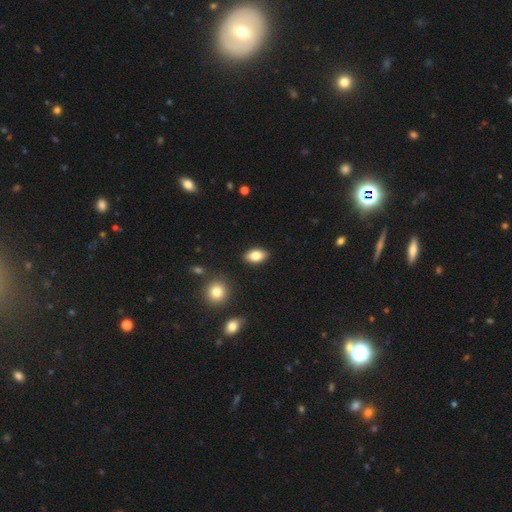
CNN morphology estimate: smooth-or-featured: smooth: 82% | featured or disk: 10% | star or artifact: 8%
  how-rounded: in between: 90% | round: 7% | cigar-shaped: 3%
  merging: none: 89% | minor disturbance: 8% | major disturbance: 2% | merger: 2%